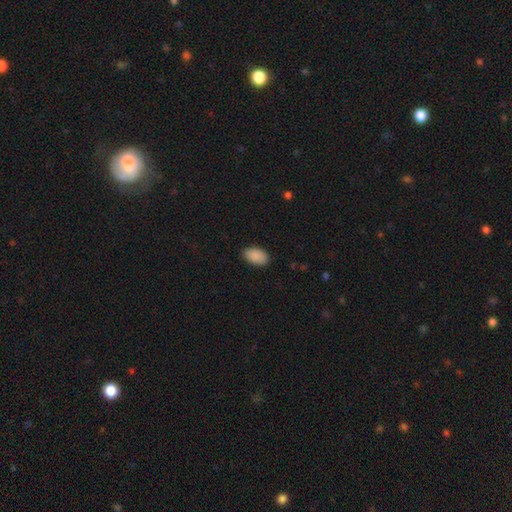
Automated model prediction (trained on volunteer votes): The model was most divided on "merging": none: 87%, minor disturbance: 10%, major disturbance: 2%, merger: 1%. More confident: how rounded — in between (94%); smooth or featured — smooth (90%).